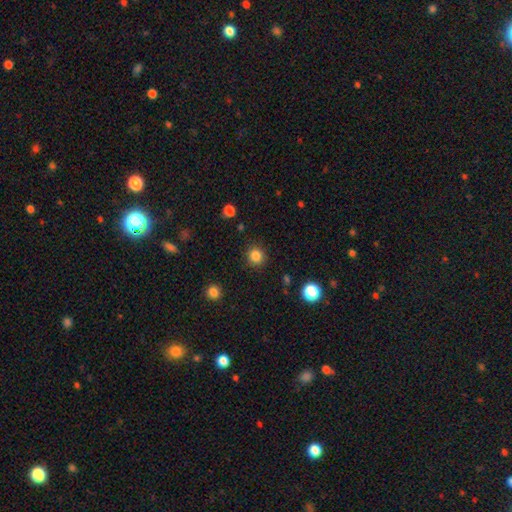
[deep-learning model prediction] Smooth or featured? smooth (85%)
How rounded? round (92%)
Merging? none (89%)